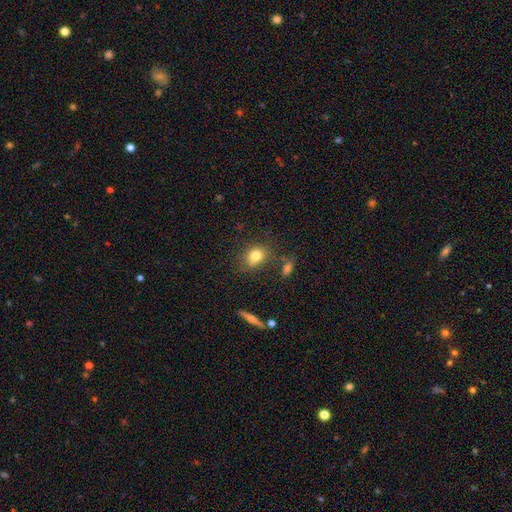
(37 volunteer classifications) Q: Smooth or featured?
A: smooth (92%); runner-up: featured or disk (5%)
Q: How rounded?
A: in between (68%); runner-up: round (32%)
Q: Merging?
A: none (53%); runner-up: minor disturbance (42%)